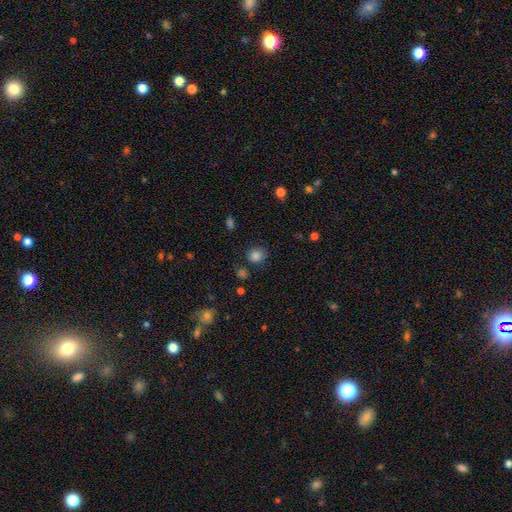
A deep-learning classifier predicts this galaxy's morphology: type=smooth (83%); roundness=round (76%); merging=none (77%).